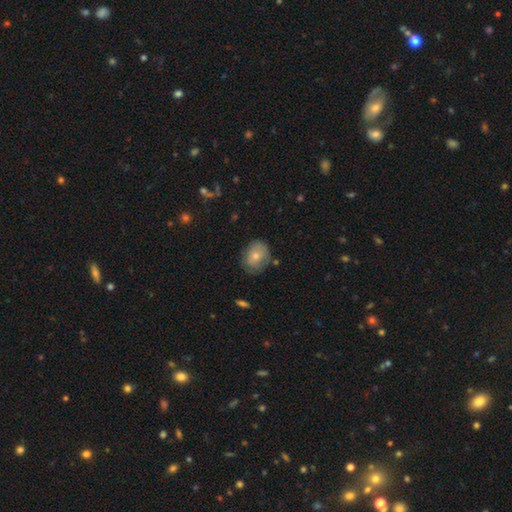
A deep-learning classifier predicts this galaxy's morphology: Q: Smooth or featured?
A: smooth (67%); runner-up: featured or disk (25%)
Q: How rounded?
A: round (51%); runner-up: in between (48%)
Q: Merging?
A: none (66%); runner-up: minor disturbance (25%)